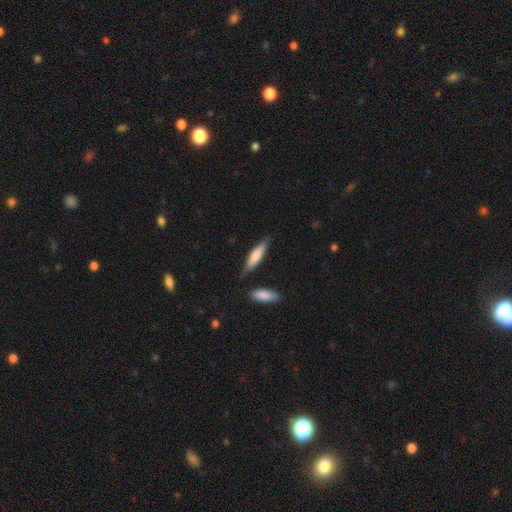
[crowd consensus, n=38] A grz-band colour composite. It shows a smooth galaxy with no disk features (74%) that is cigar-shaped (75%). Merging: none (74%).